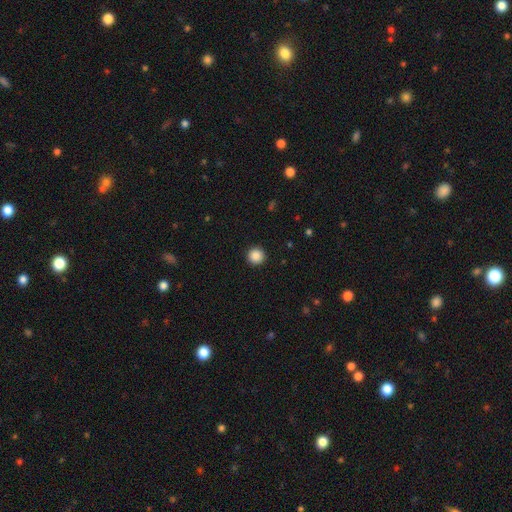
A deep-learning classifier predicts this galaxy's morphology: This appears to be a smooth galaxy with no disk features (88%) that is round (96%). Merging: none (93%).